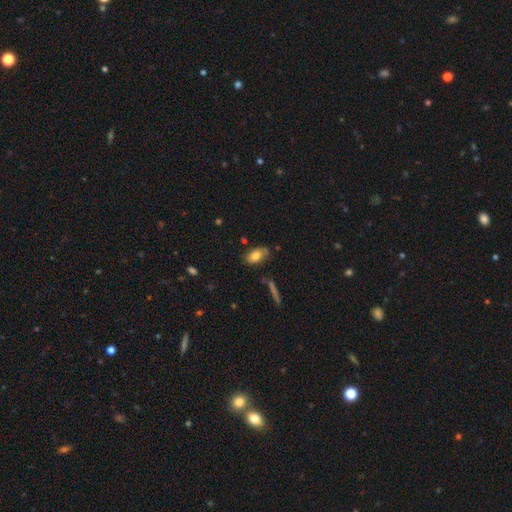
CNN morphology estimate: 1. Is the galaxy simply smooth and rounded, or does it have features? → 77% smooth, 16% featured or disk, 8% star or artifact.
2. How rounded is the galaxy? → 88% in between, 7% round, 4% cigar-shaped.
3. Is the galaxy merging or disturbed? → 70% none, 19% minor disturbance, 6% merger, 4% major disturbance.